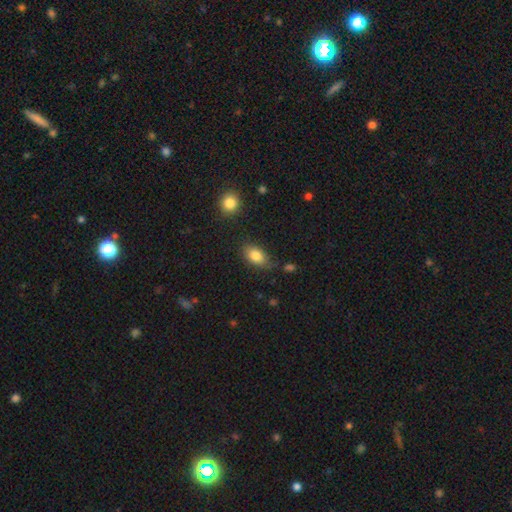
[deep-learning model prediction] Overall: smooth (83%). How rounded: in between (88%). Merging: none (69%).